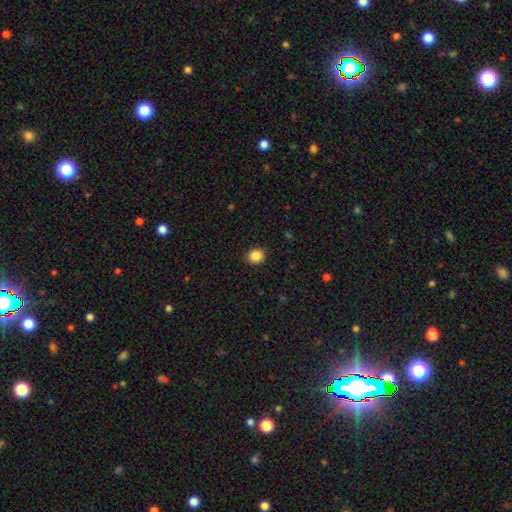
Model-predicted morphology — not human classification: smooth 87%, star or artifact 10%, featured or disk 3%. Down the decision tree: how rounded — round (72%); merging — none (89%).